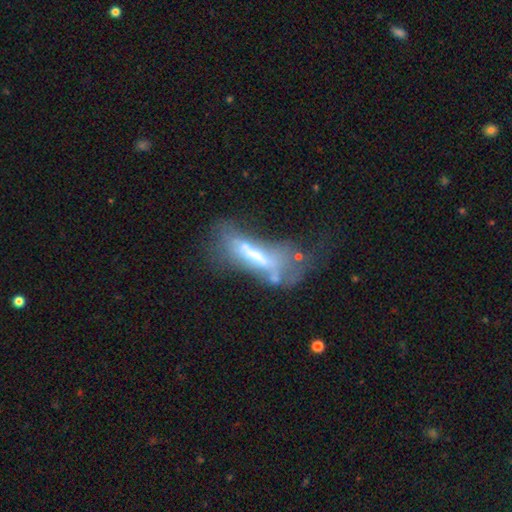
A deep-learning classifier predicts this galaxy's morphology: type=featured or disk (47%); merging=major disturbance (39%).